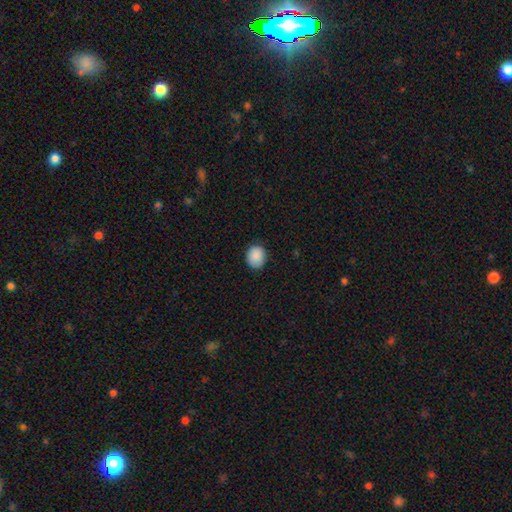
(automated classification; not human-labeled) A smooth galaxy with no disk features (89%) that is round (65%). Merging: none (84%).